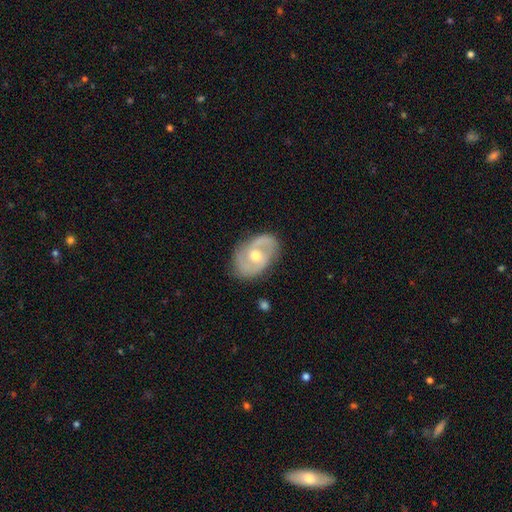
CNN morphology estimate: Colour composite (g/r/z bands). It shows a featured or disk galaxy (75%) with no bar (51%), 2 (81%) medium (45%) spiral arms (80%) and a moderate central bulge (76%). Merging: none (77%).